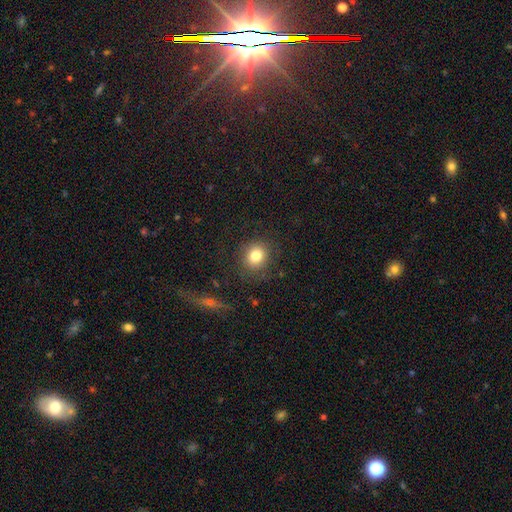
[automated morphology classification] smooth 80%, star or artifact 11%, featured or disk 8%. Down the decision tree: how rounded — round (81%); merging — none (84%).